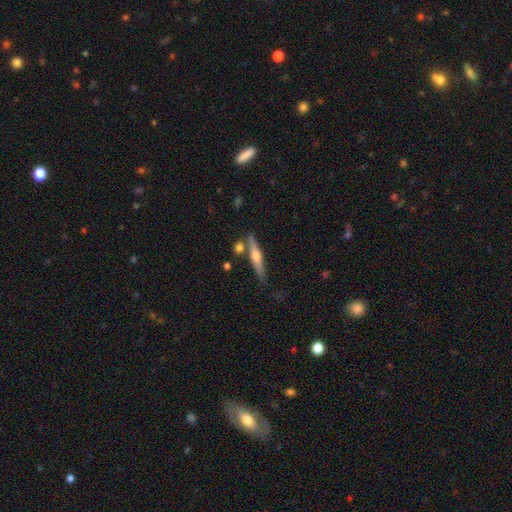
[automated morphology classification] Smooth or featured: featured or disk — 64% (smooth — 30%)
Edge-on disk: yes — 96% (no — 4%)
Edge-on bulge: rounded — 90% (boxy — 5%)
Merging: none — 77% (minor disturbance — 11%)